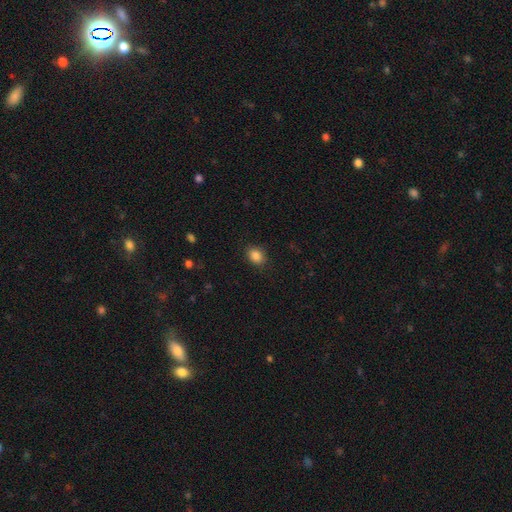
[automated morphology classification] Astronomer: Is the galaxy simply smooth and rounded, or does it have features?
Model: smooth — 87%.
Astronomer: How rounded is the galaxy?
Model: in between — 56% (runner-up: round, 43%).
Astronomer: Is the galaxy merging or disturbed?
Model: none — 87%.